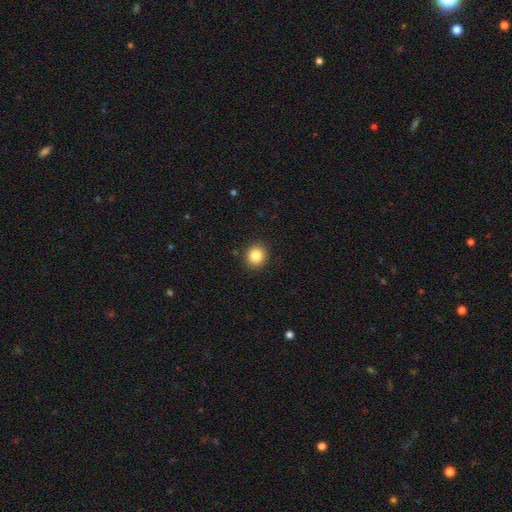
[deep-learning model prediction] Smooth or featured?
  - smooth: 84% *
  - star or artifact: 10%
  - featured or disk: 6%
How rounded?
  - round: 87% *
  - in between: 12%
  - cigar-shaped: 1%
Merging?
  - none: 91% *
  - minor disturbance: 6%
  - major disturbance: 2%
  - merger: 1%